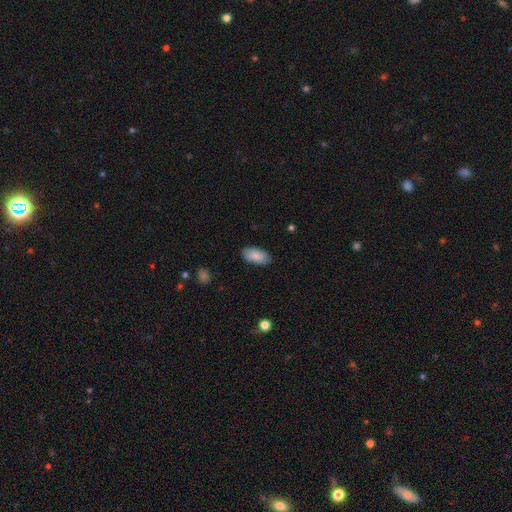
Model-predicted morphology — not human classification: This appears to be a smooth galaxy with no disk features (88%) that is in between round and cigar-shaped (94%). Merging: none (86%).